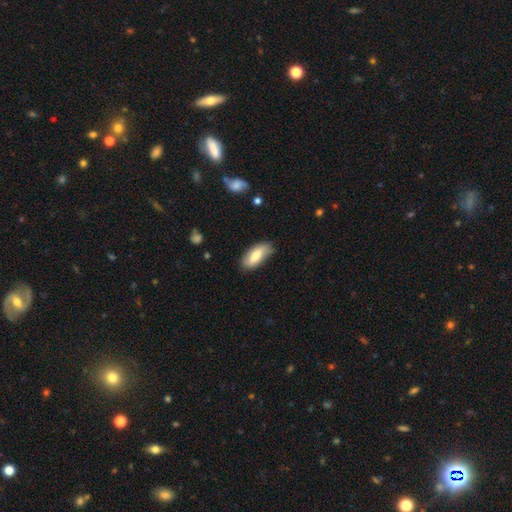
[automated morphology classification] type=smooth (72%); roundness=in between (87%); merging=none (78%).